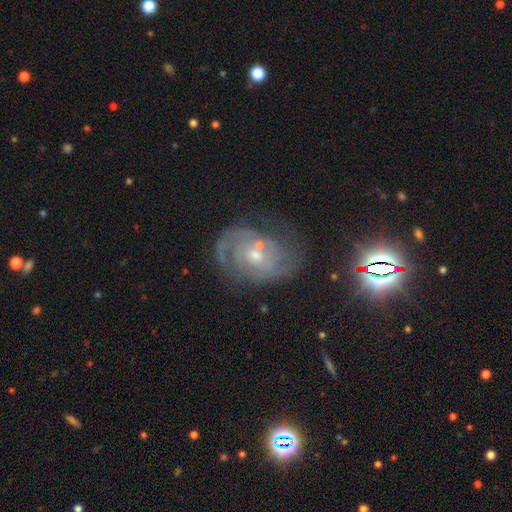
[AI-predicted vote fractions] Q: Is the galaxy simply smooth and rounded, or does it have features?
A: featured or disk — 82%.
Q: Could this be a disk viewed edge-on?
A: no — 97%.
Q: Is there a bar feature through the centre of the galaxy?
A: no — 65%.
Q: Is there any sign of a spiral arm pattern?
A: yes — 93%.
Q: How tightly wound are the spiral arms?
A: tight — 54%.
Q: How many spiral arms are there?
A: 2 — 46%.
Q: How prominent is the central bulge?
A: small — 55%.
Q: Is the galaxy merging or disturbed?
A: none — 61%.